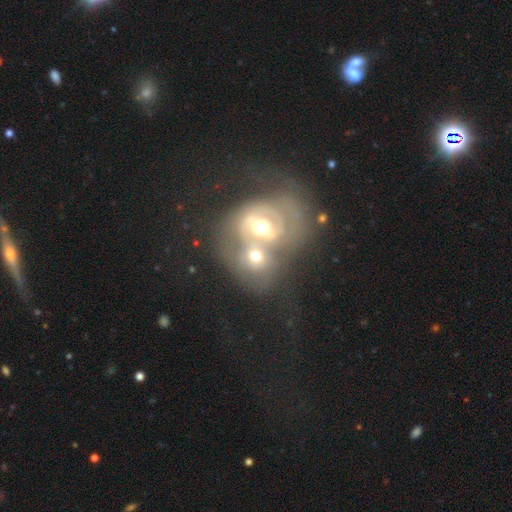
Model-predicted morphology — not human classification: Smooth or featured: featured or disk — 59% (smooth — 32%)
Edge-on disk: no — 95% (yes — 5%)
Bar: no — 52% (weak — 31%)
Spiral arms: yes — 51% (no — 49%)
Bulge size: moderate — 69% (large — 15%)
Merging: merger — 71% (none — 17%)